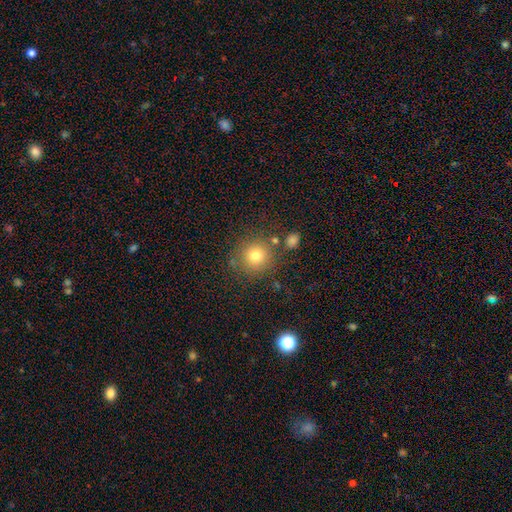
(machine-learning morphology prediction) Smooth or featured? Predicted: smooth (p=0.77). How rounded? Predicted: round (p=0.92). Merging? Predicted: none (p=0.79).